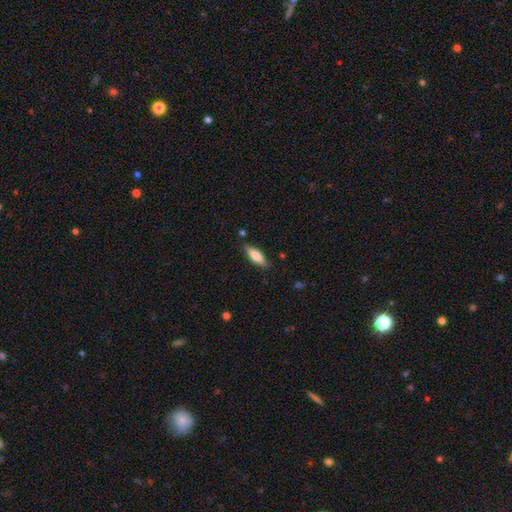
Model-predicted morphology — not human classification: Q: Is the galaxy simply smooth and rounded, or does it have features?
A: smooth — 78%.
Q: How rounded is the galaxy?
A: in between — 58%.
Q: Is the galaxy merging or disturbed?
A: none — 83%.